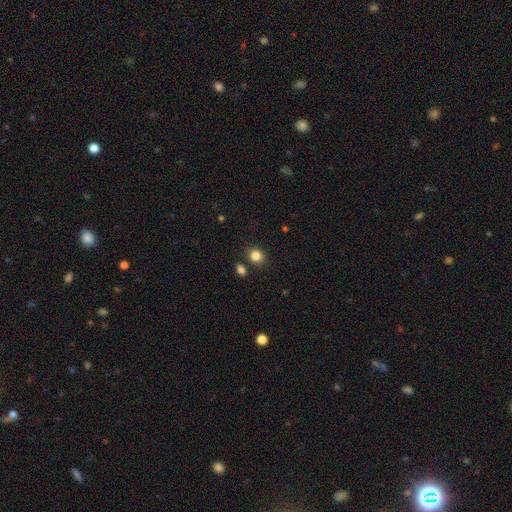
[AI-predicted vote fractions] smooth-or-featured: smooth: 83% | star or artifact: 11% | featured or disk: 5%
  how-rounded: round: 63% | in between: 37% | cigar-shaped: 1%
  merging: none: 80% | minor disturbance: 10% | merger: 6% | major disturbance: 3%